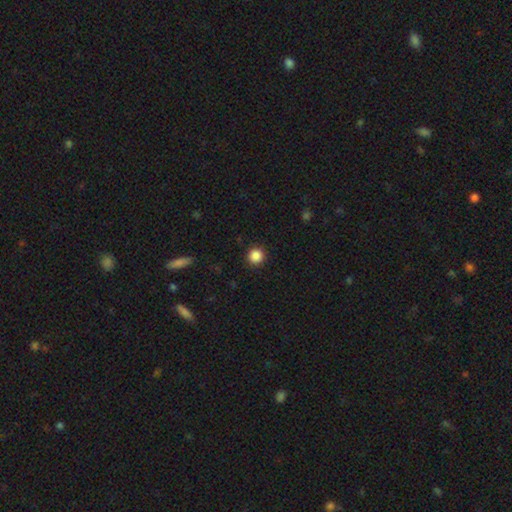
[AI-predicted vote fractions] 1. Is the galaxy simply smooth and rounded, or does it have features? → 87% smooth, 10% star or artifact, 3% featured or disk.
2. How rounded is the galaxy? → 95% round, 4% in between, 1% cigar-shaped.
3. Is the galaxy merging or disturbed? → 92% none, 5% minor disturbance, 2% major disturbance, 1% merger.